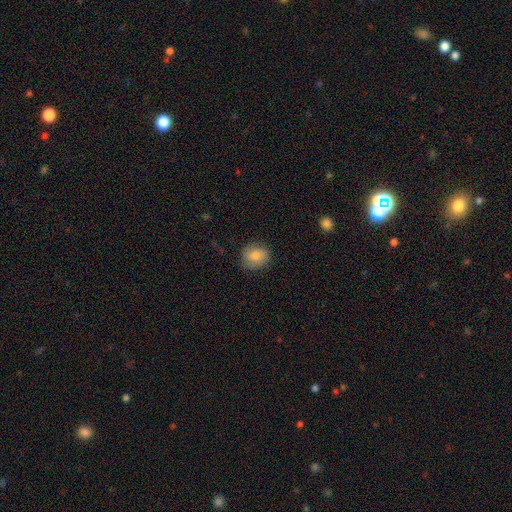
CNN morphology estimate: This appears to be a smooth galaxy with no disk features (82%) that is round (82%). Merging: none (84%).